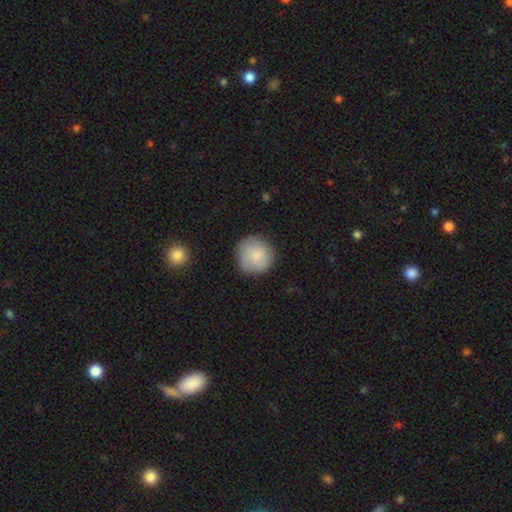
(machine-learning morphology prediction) A smooth galaxy with no disk features (81%) that is round (94%). Merging: none (80%).